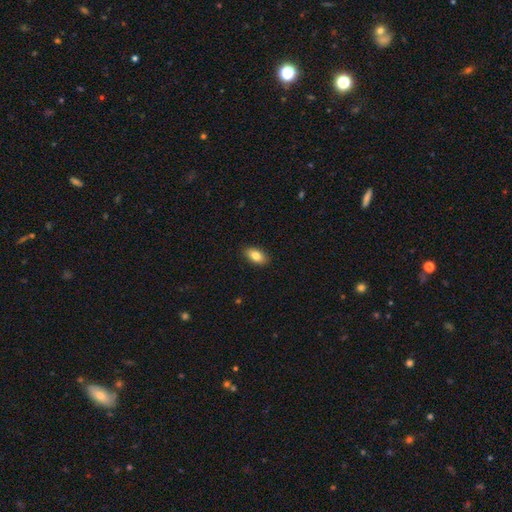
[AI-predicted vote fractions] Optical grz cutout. It shows a smooth galaxy with no disk features (83%) that is in between round and cigar-shaped (91%). Merging: none (90%).